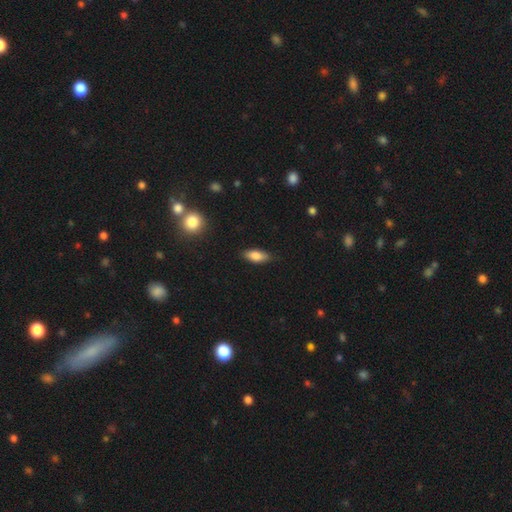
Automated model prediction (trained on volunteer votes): A smooth galaxy with no disk features (84%) that is in between round and cigar-shaped (80%).

Vote fractions:
- Smooth or featured? smooth: 84% / featured or disk: 9% / star or artifact: 7%
- How rounded? in between: 80% / cigar-shaped: 17% / round: 3%
- Merging? none: 84% / minor disturbance: 13% / major disturbance: 2% / merger: 1%